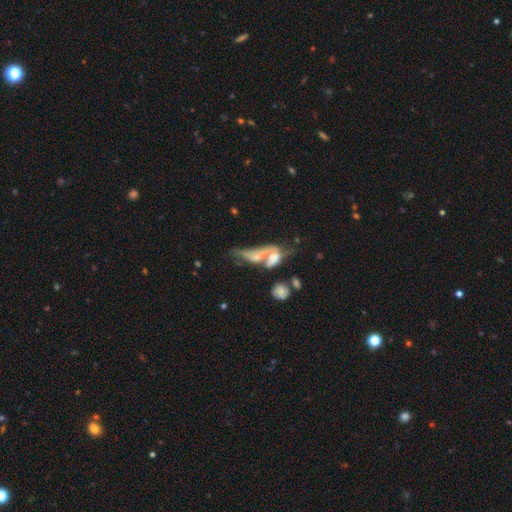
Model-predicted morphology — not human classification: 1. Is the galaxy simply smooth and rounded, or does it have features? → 45% smooth, 44% featured or disk, 11% star or artifact.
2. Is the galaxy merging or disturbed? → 65% merger, 15% major disturbance, 13% none, 7% minor disturbance.